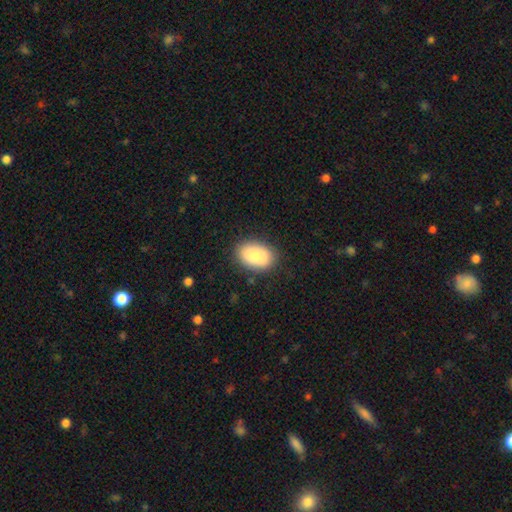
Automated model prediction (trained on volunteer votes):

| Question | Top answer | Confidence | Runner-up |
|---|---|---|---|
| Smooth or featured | smooth | 87% | featured or disk (7%) |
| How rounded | in between | 90% | round (9%) |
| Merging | none | 84% | minor disturbance (12%) |